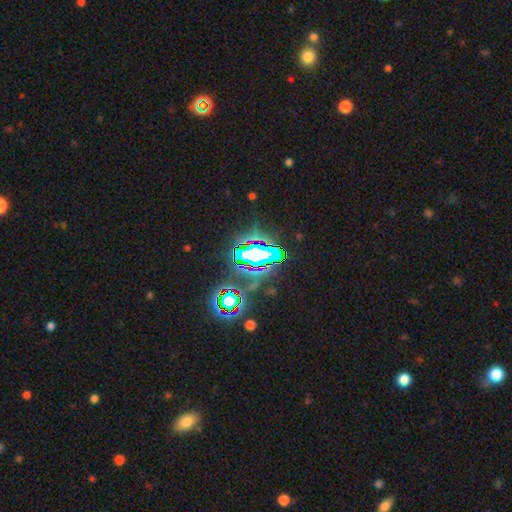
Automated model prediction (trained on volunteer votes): Q: Smooth or featured?
A: star or artifact (67%); runner-up: smooth (17%)